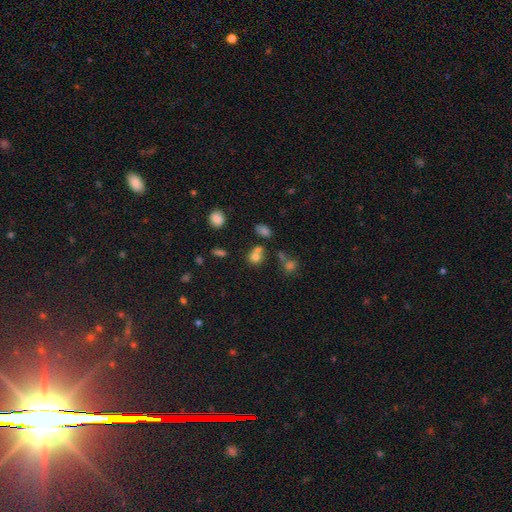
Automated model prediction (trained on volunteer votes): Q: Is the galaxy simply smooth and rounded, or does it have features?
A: smooth — 72%.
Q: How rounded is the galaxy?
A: round — 76%.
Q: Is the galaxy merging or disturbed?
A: none — 49%.